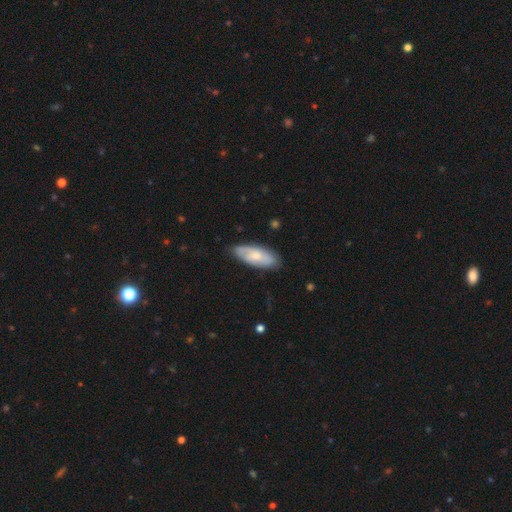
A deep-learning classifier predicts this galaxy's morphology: Overall: smooth (51%; featured or disk 44%). How rounded: in between (79%). Merging: none (77%).